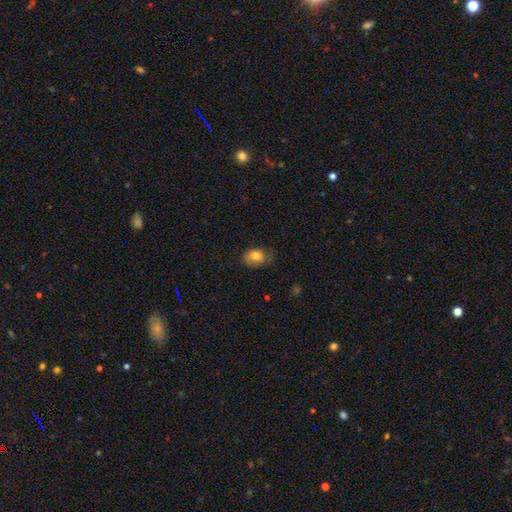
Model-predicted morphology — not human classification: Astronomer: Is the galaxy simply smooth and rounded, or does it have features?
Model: smooth — 77%.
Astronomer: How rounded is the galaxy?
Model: in between — 69%.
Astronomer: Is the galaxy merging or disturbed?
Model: none — 60%.